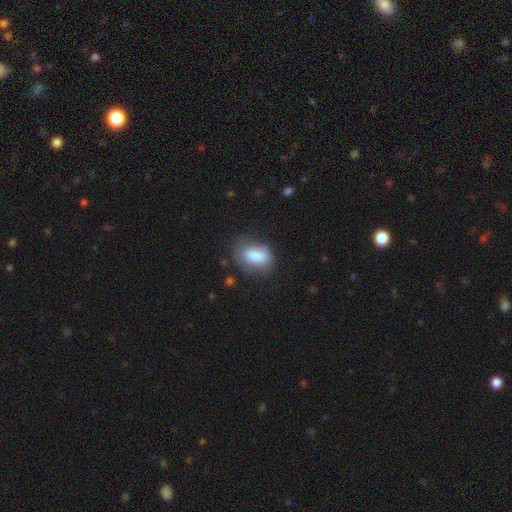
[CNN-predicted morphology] This appears to be a smooth galaxy with no disk features (83%) that is in between round and cigar-shaped (84%). Merging: none (63%).